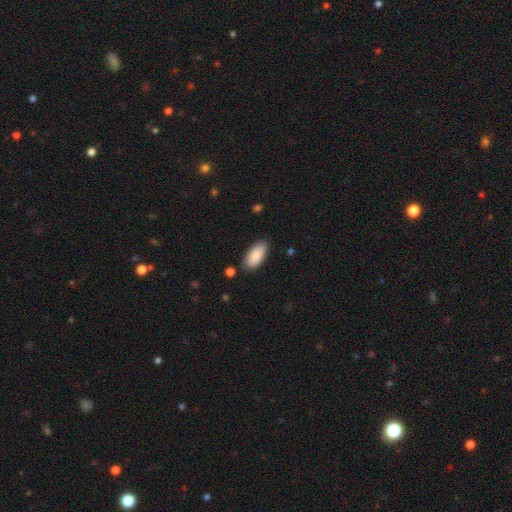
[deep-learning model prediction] Smooth or featured? Predicted: smooth (p=0.87). How rounded? Predicted: in between (p=0.93). Merging? Predicted: none (p=0.83).